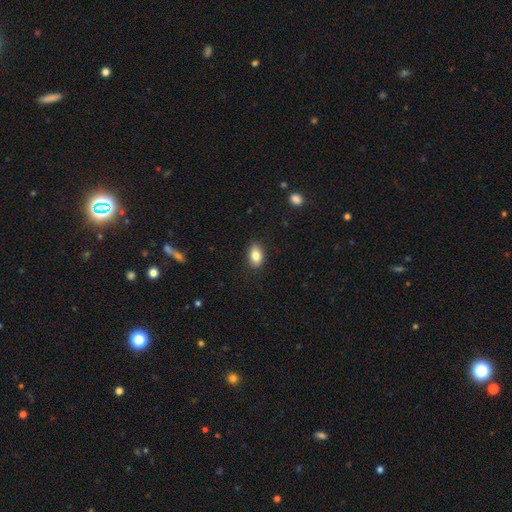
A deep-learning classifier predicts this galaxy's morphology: Overall: smooth (84%). How rounded: in between (87%). Merging: none (88%).